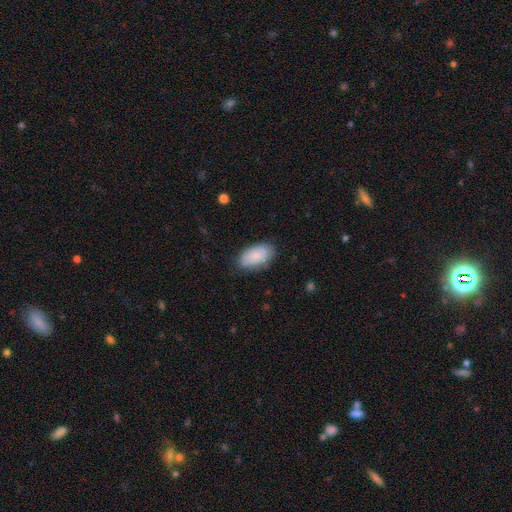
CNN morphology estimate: Smooth or featured? Predicted: smooth (p=0.84). How rounded? Predicted: in between (p=0.95). Merging? Predicted: none (p=0.80).